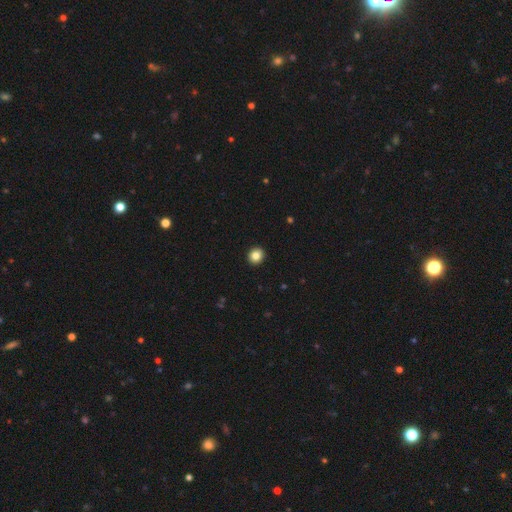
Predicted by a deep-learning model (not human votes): smooth-or-featured: smooth: 84% | star or artifact: 10% | featured or disk: 6%
  how-rounded: round: 88% | in between: 11% | cigar-shaped: 1%
  merging: none: 93% | minor disturbance: 4% | major disturbance: 1% | merger: 1%